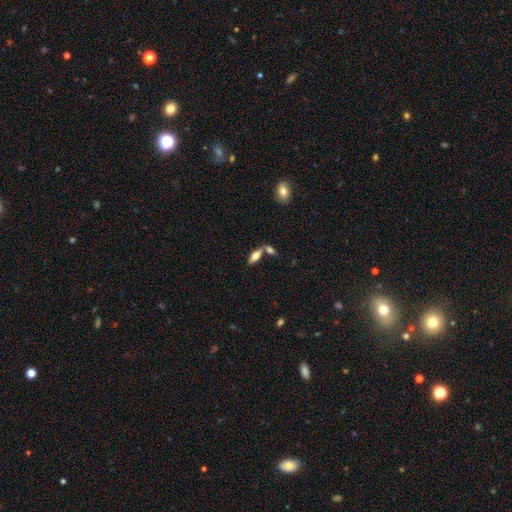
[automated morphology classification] smooth_or_featured: smooth (p=0.62) [alt: featured or disk p=0.30]
how_rounded: in between (p=0.71) [alt: cigar-shaped p=0.26]
merging: none (p=0.55) [alt: merger p=0.31]